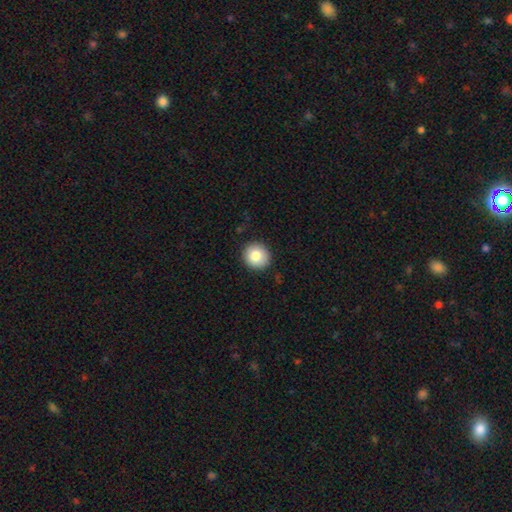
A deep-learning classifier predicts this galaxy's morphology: smooth-or-featured: smooth: 83% | featured or disk: 9% | star or artifact: 9%
  how-rounded: round: 91% | in between: 8% | cigar-shaped: 1%
  merging: none: 91% | minor disturbance: 7% | major disturbance: 2% | merger: 1%